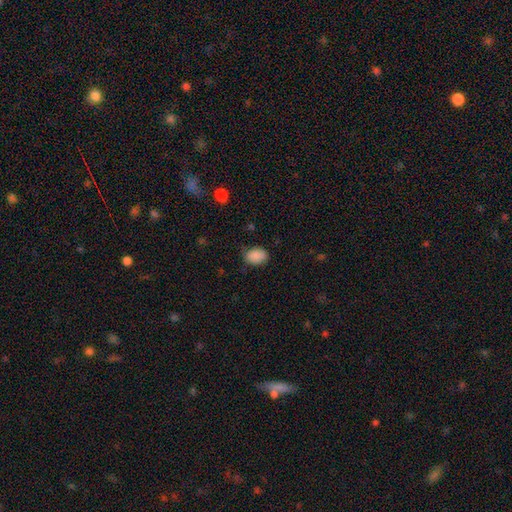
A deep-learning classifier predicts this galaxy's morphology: Q: Smooth or featured?
A: smooth (88%); runner-up: star or artifact (8%)
Q: How rounded?
A: in between (74%); runner-up: round (25%)
Q: Merging?
A: none (73%); runner-up: minor disturbance (21%)